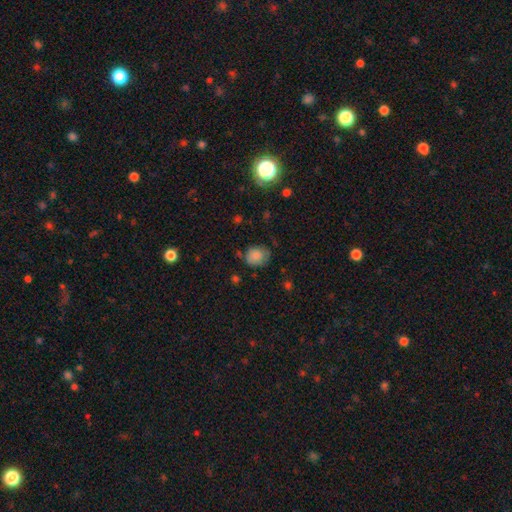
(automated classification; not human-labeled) A smooth galaxy with no disk features (80%) that is round (60%).

Vote fractions:
- Smooth or featured? smooth: 80% / featured or disk: 11% / star or artifact: 9%
- How rounded? round: 60% / in between: 39% / cigar-shaped: 1%
- Merging? none: 61% / minor disturbance: 28% / major disturbance: 8% / merger: 3%